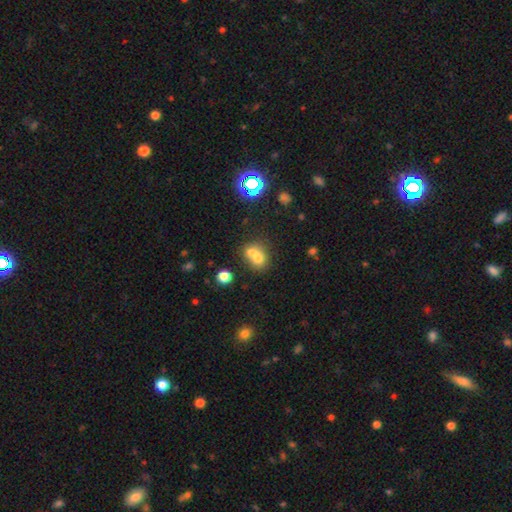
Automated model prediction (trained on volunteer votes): Smooth or featured? Predicted: smooth (p=0.68). How rounded? Predicted: round (p=0.69). Merging? Predicted: merger (p=0.63).